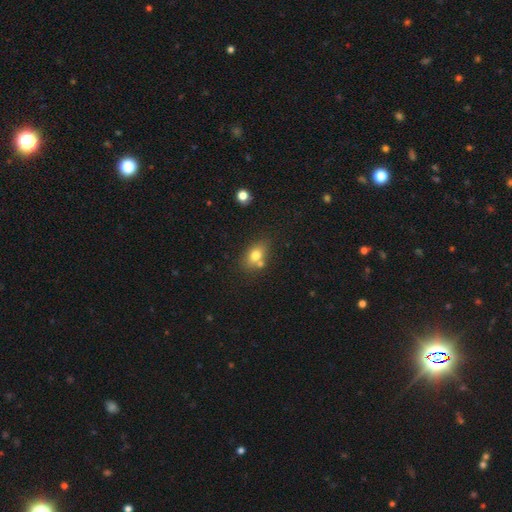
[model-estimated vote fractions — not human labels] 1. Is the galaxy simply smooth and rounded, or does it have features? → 75% smooth, 14% featured or disk, 11% star or artifact.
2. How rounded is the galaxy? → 72% in between, 26% round, 2% cigar-shaped.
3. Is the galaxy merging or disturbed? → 58% none, 23% merger, 15% minor disturbance, 4% major disturbance.